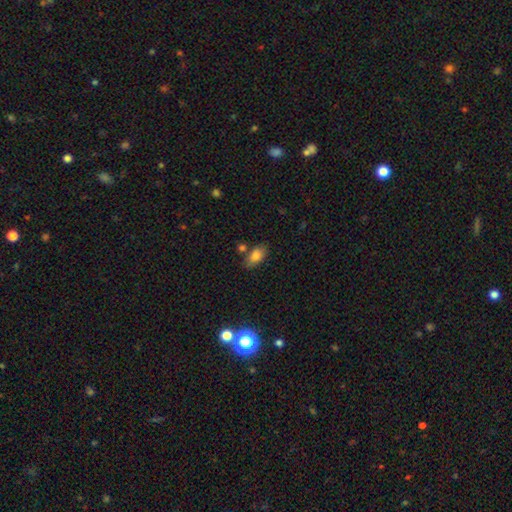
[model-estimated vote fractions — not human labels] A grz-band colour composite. It shows a smooth galaxy with no disk features (81%) that is in between round and cigar-shaped (90%). Merging: none (70%).